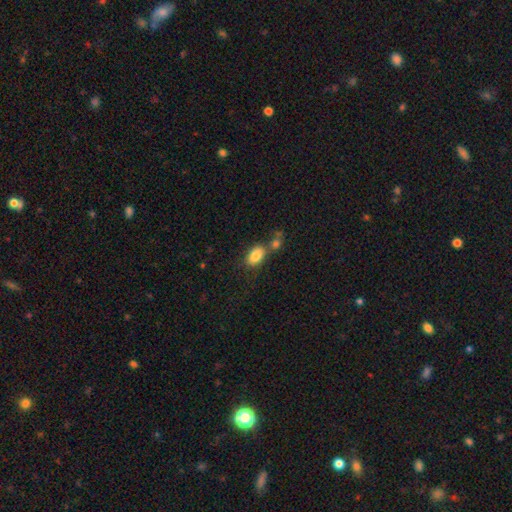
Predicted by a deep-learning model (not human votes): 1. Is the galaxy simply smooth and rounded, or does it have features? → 83% smooth, 9% featured or disk, 8% star or artifact.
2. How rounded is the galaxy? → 87% in between, 10% round, 3% cigar-shaped.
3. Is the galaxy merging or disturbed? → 50% none, 30% merger, 14% minor disturbance, 6% major disturbance.